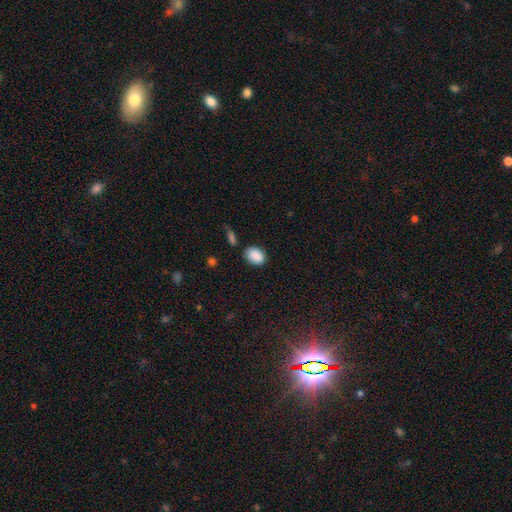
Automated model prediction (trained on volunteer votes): smooth 89%, star or artifact 7%, featured or disk 4%. Down the decision tree: how rounded — in between (79%); merging — none (76%).